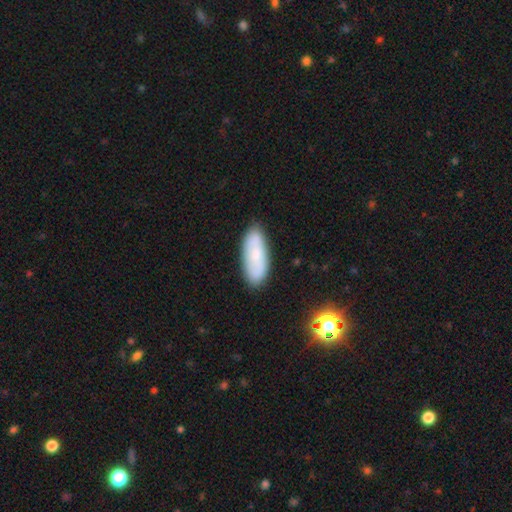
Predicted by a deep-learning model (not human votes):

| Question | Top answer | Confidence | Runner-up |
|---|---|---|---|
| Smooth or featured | smooth | 67% | featured or disk (24%) |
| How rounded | in between | 74% | cigar-shaped (24%) |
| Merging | none | 83% | minor disturbance (13%) |